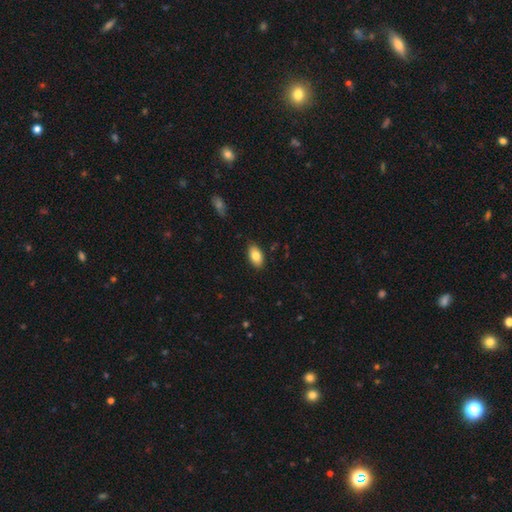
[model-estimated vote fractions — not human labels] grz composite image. It shows a smooth galaxy with no disk features (83%) that is in between round and cigar-shaped (93%). Merging: none (87%).